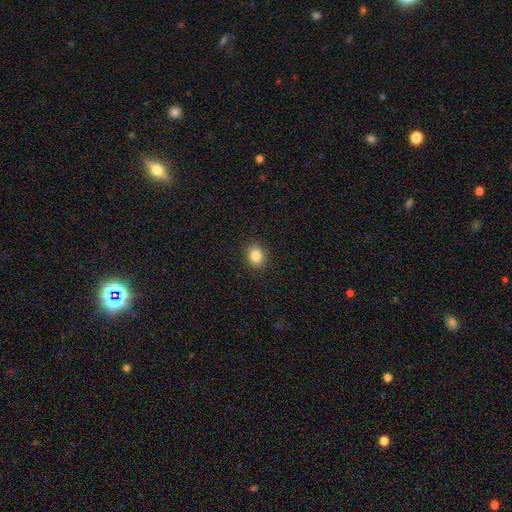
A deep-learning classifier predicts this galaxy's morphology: The model was most divided on "how rounded": round: 58%, in between: 41%, cigar-shaped: 1%. More confident: merging — none (90%); smooth or featured — smooth (84%).